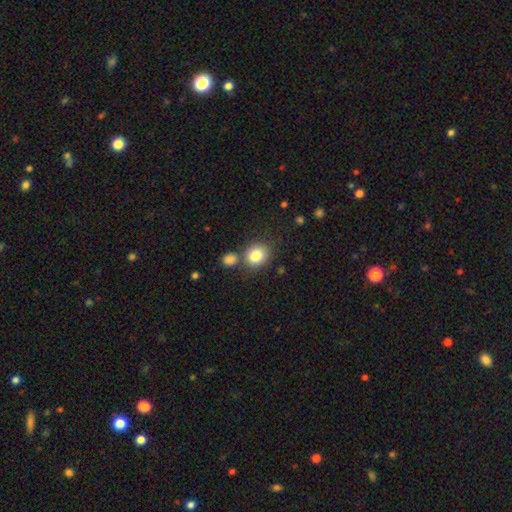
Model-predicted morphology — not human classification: Overall: smooth (83%). How rounded: round (71%). Merging: none (69%).